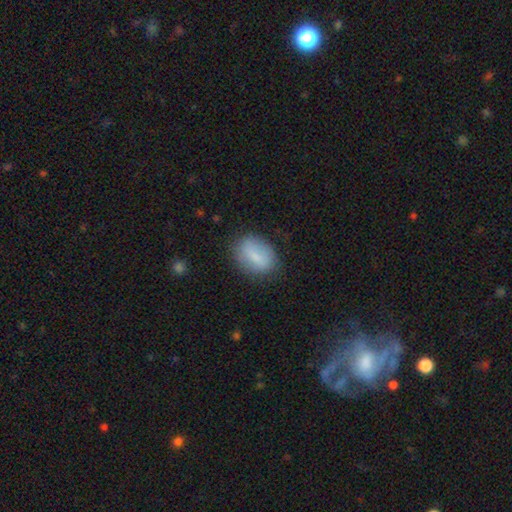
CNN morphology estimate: Smooth or featured? Predicted: smooth (p=0.74). How rounded? Predicted: in between (p=0.74). Merging? Predicted: none (p=0.75).